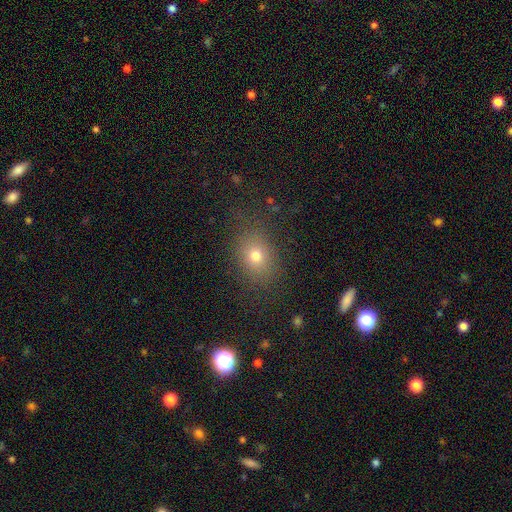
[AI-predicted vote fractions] Smooth or featured? Predicted: smooth (p=0.72). How rounded? Predicted: in between (p=0.56). Merging? Predicted: none (p=0.81).